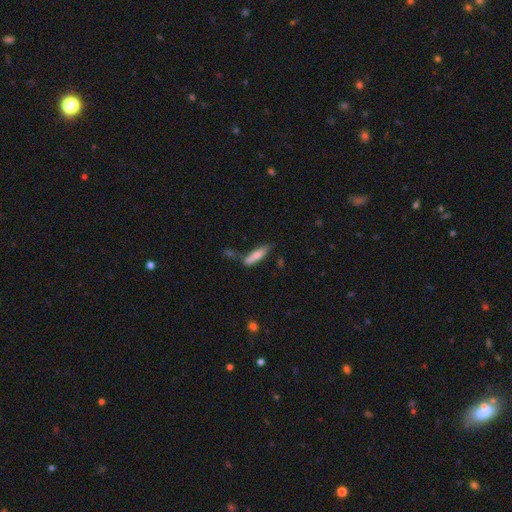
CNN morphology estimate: smooth 71%, featured or disk 22%, star or artifact 7%. Down the decision tree: how rounded — cigar-shaped (74%); merging — none (58%).